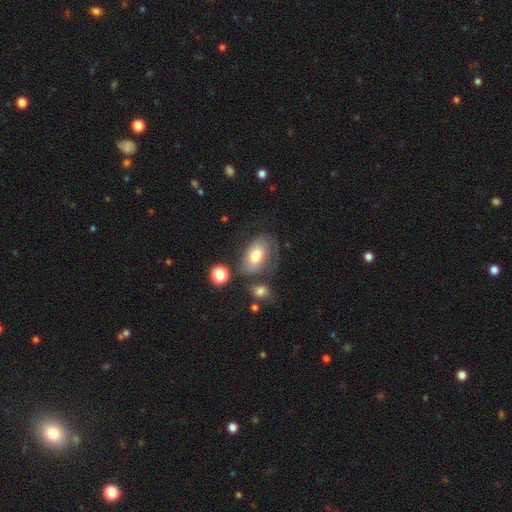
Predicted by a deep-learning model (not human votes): This appears to be a smooth galaxy with no disk features (64%) that is in between round and cigar-shaped (89%). Merging: none (49%).